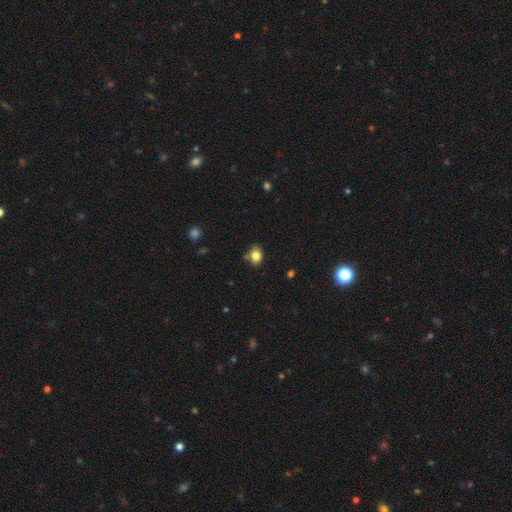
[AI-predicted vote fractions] This appears to be a smooth galaxy with no disk features (82%) that is in between round and cigar-shaped (65%). Merging: none (74%).